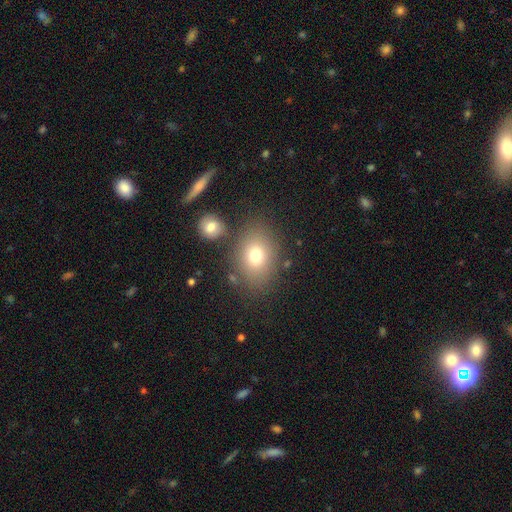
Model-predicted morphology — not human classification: Smooth or featured? smooth (74%)
How rounded? in between (55%)
Merging? none (76%)